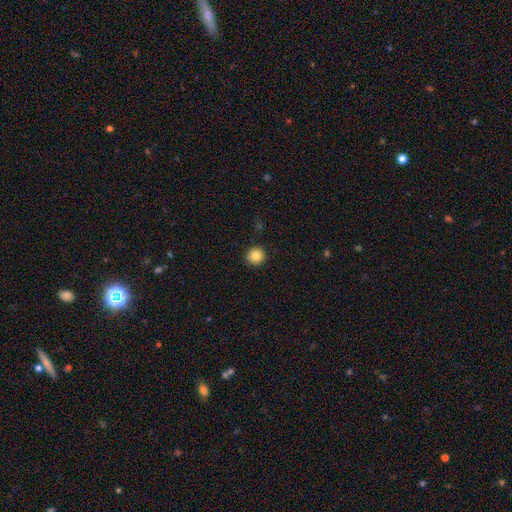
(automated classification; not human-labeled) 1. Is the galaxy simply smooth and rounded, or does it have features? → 83% smooth, 10% star or artifact, 7% featured or disk.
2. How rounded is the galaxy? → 93% round, 6% in between, 1% cigar-shaped.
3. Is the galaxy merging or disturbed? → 92% none, 6% minor disturbance, 2% major disturbance, 1% merger.